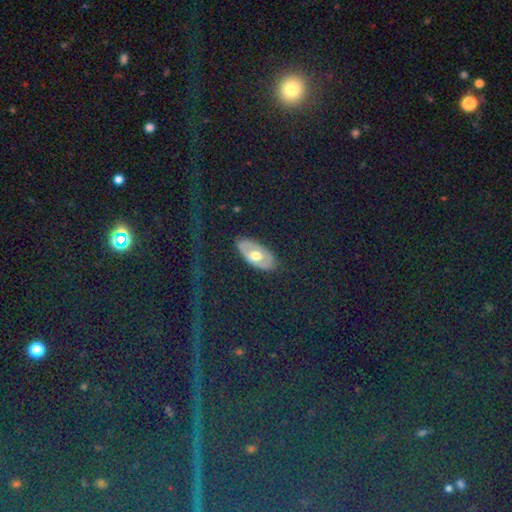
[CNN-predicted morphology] Smooth or featured: smooth — 44% (featured or disk — 42%)
Merging: none — 86% (minor disturbance — 10%)